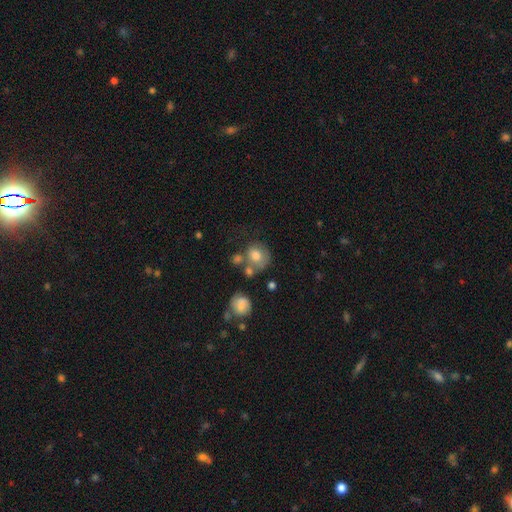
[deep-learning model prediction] Smooth or featured: smooth — 72% (featured or disk — 18%)
How rounded: round — 71% (in between — 28%)
Merging: none — 42% (merger — 24%)